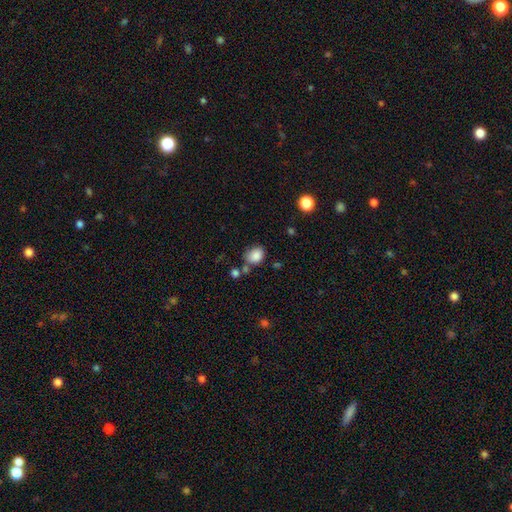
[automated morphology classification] A smooth galaxy with no disk features (85%) that is in between round and cigar-shaped (54%).

Vote fractions:
- Smooth or featured? smooth: 85% / star or artifact: 9% / featured or disk: 5%
- How rounded? in between: 54% / round: 45% / cigar-shaped: 1%
- Merging? none: 64% / minor disturbance: 19% / merger: 12% / major disturbance: 6%